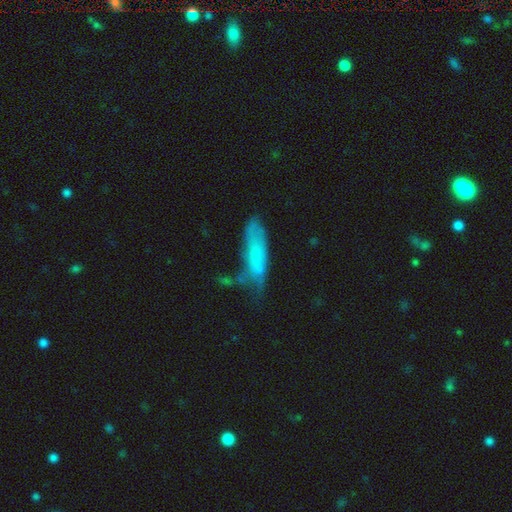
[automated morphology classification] smooth 59%, featured or disk 30%, star or artifact 10%. Down the decision tree: how rounded — cigar-shaped (52%); merging — none (30%, tied with minor disturbance).